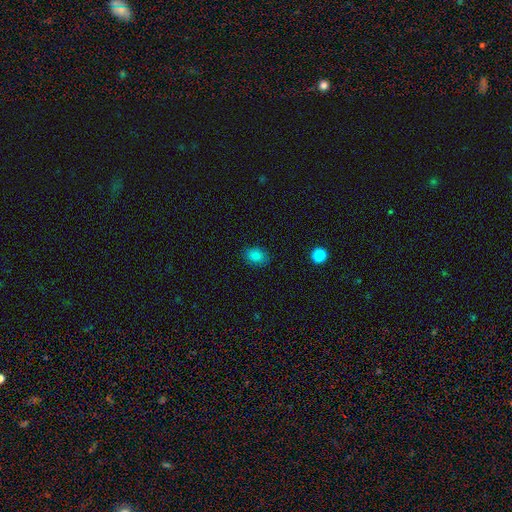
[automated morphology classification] Smooth or featured? smooth (83%)
How rounded? in between (67%)
Merging? none (84%)